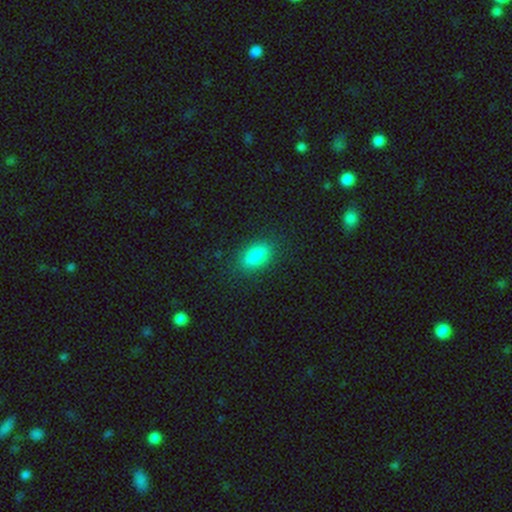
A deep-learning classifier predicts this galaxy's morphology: This is clearly a smooth galaxy (85%). How rounded: clearly in between (87%). Merging: clearly none (86%).